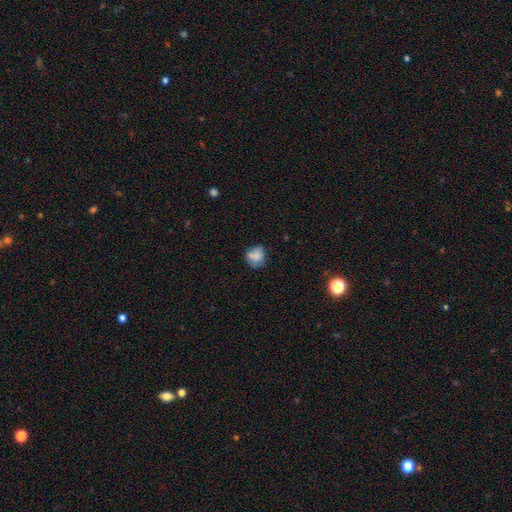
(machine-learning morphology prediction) smooth_or_featured: smooth (p=0.77) [alt: featured or disk p=0.14]
how_rounded: round (p=0.74) [alt: in between p=0.25]
merging: none (p=0.60) [alt: minor disturbance p=0.27]